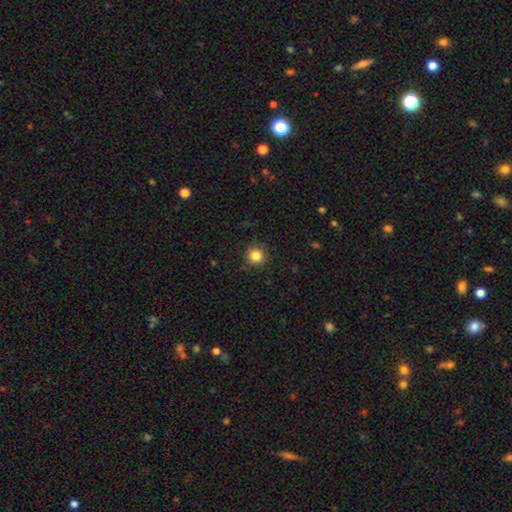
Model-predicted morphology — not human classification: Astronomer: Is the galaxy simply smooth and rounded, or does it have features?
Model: smooth — 83%.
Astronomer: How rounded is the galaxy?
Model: round — 95%.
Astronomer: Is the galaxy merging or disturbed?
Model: none — 88%.